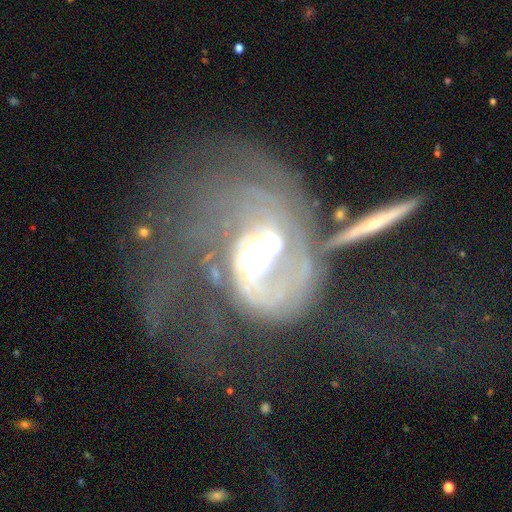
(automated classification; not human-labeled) This is clearly a featured or disk galaxy (80%). It is clearly not viewed edge-on (95%). Bar: possibly no (55%). Spiral arm pattern: likely yes (78%). Spiral arm count: marginally 1 (33%). Spiral winding: marginally loose (41%). Central bulge: possibly moderate (59%). Merging: marginally major disturbance (41%).